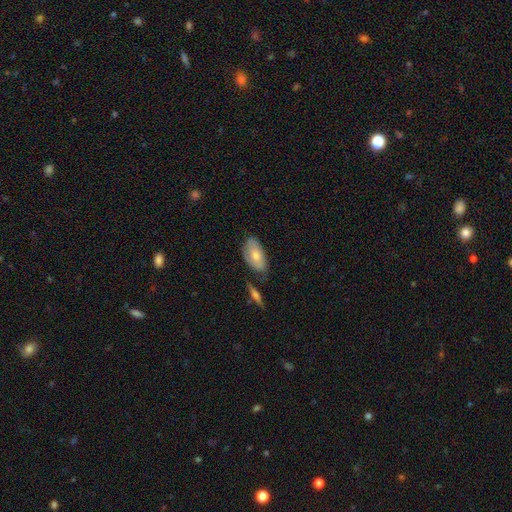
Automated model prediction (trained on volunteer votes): Smooth or featured: smooth — 70% (featured or disk — 24%)
How rounded: in between — 92% (cigar-shaped — 4%)
Merging: none — 64% (minor disturbance — 24%)